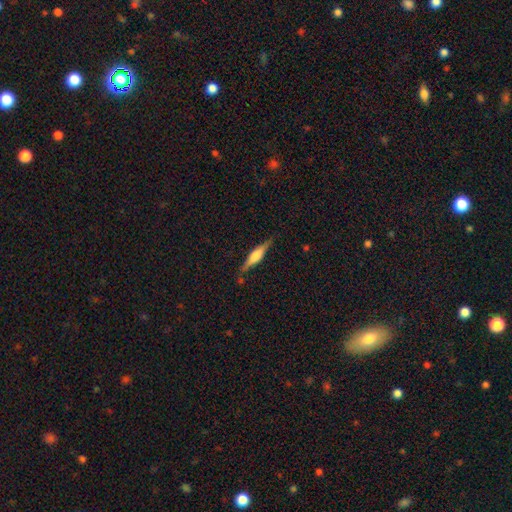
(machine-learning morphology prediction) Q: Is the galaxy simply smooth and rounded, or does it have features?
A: featured or disk — 63%.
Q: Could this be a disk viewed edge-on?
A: yes — 96%.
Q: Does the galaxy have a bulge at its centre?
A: rounded — 70%.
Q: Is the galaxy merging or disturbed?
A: none — 82%.